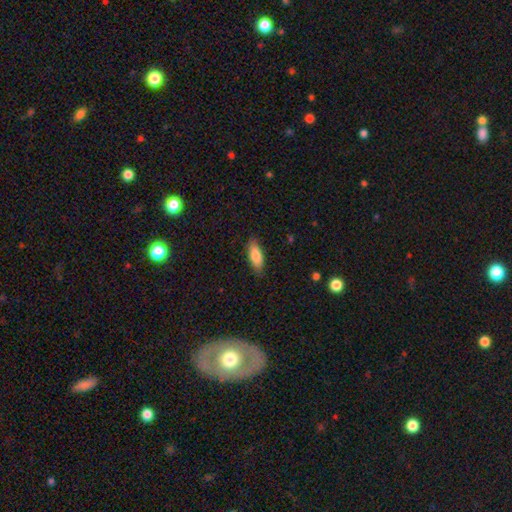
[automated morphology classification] Smooth or featured? Predicted: smooth (p=0.82). How rounded? Predicted: in between (p=0.69). Merging? Predicted: none (p=0.85).